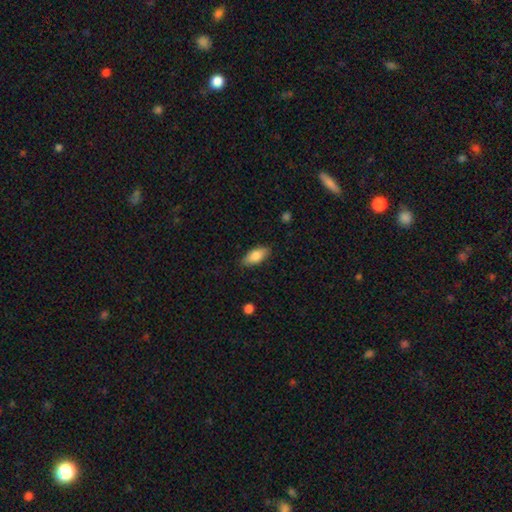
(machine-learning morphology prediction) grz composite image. It shows a smooth galaxy with no disk features (82%) that is in between round and cigar-shaped (87%). Merging: none (84%).